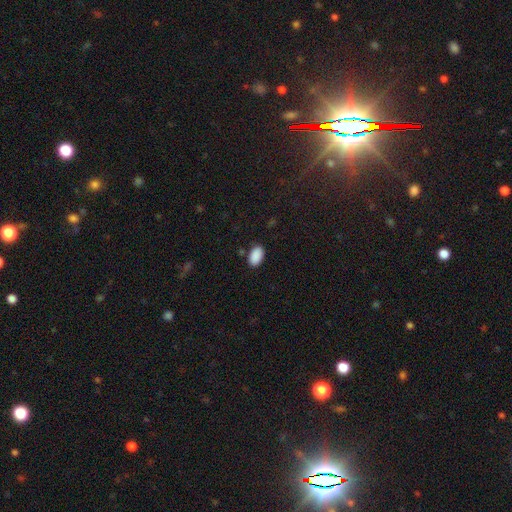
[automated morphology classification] Smooth or featured? smooth (90%)
How rounded? in between (93%)
Merging? none (85%)